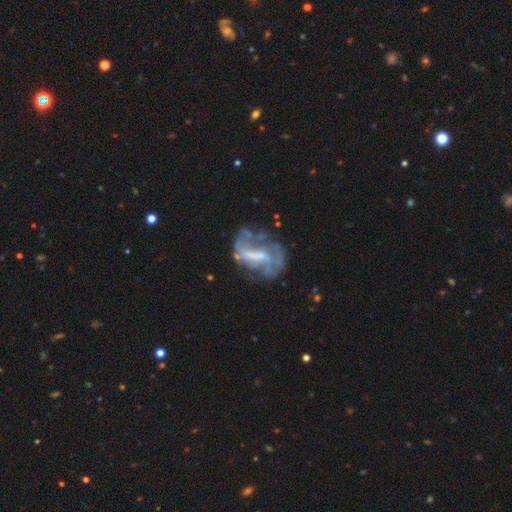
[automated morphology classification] The model was most divided on "bar": weak: 41%, strong: 36%, no: 22%. Remaining: edge-on disk — no (97%); smooth or featured — featured or disk (76%); spiral arms — yes (63%); merging — none (45%); bulge size — none (37%).